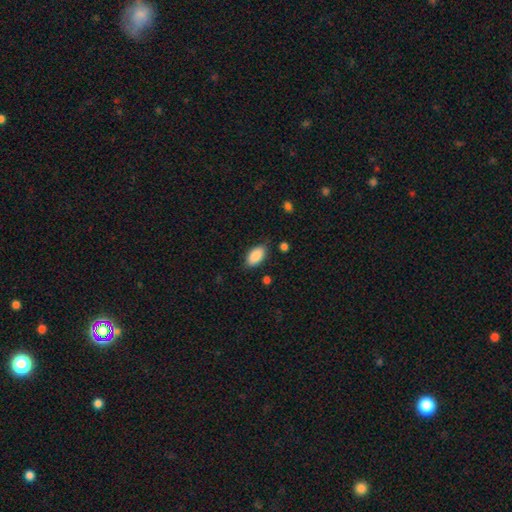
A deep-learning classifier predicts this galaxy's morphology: This appears to be a smooth galaxy with no disk features (89%) that is in between round and cigar-shaped (94%). Merging: none (79%).